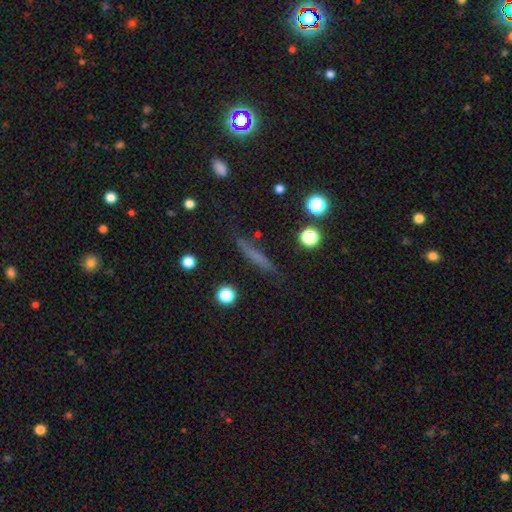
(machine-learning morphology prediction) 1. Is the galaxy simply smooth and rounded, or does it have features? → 54% smooth, 33% featured or disk, 13% star or artifact.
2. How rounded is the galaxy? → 88% cigar-shaped, 8% in between, 5% round.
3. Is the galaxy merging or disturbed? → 79% none, 14% minor disturbance, 4% major disturbance, 3% merger.